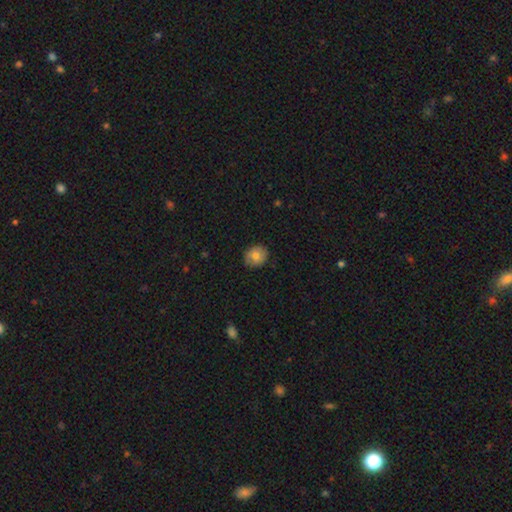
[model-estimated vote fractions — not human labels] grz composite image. It shows a smooth galaxy with no disk features (76%) that is round (66%). Merging: none (84%).